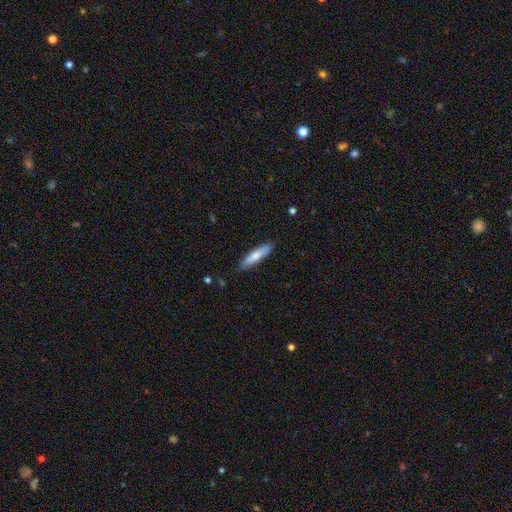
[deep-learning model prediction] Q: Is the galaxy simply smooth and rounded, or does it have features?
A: smooth — 73%.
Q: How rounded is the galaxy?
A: cigar-shaped — 81%.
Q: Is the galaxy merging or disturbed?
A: none — 85%.